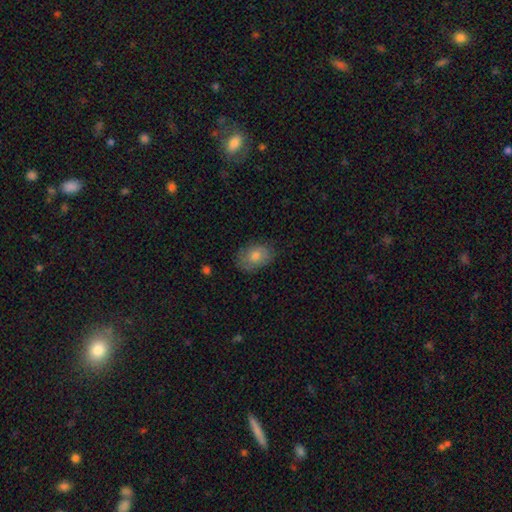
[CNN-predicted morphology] A smooth galaxy with no disk features (68%) that is in between round and cigar-shaped (76%). Merging: none (77%).